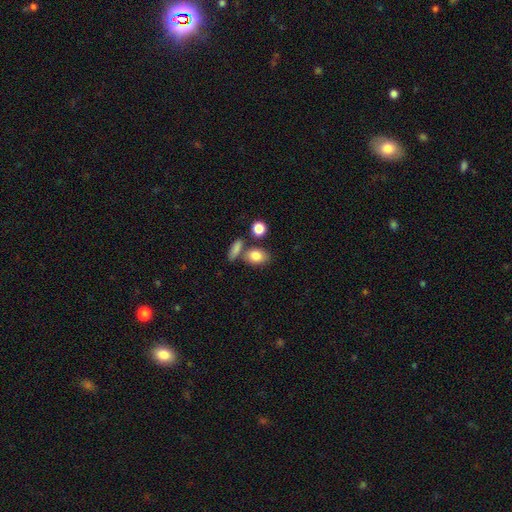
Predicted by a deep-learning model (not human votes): smooth 82%, featured or disk 10%, star or artifact 8%. Down the decision tree: how rounded — in between (72%); merging — none (60%).